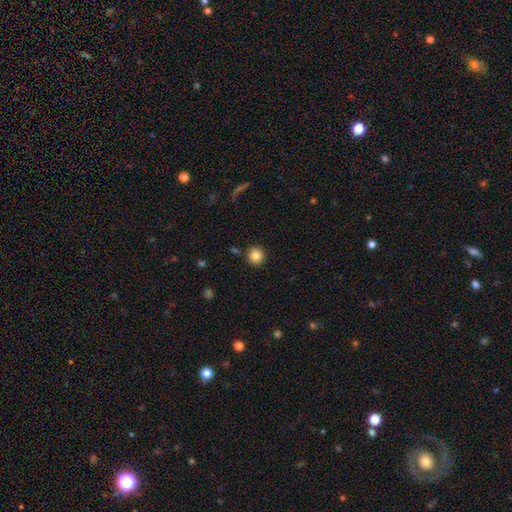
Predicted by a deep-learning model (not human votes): smooth_or_featured: smooth (p=0.84) [alt: star or artifact p=0.10]
how_rounded: round (p=0.93) [alt: in between p=0.06]
merging: none (p=0.89) [alt: minor disturbance p=0.06]